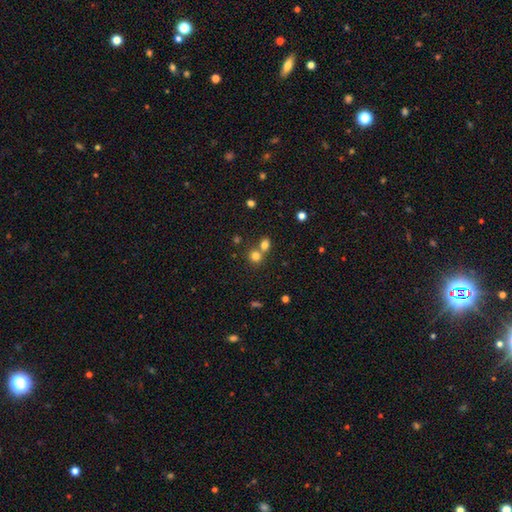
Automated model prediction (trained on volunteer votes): A smooth galaxy with no disk features (76%) that is round (84%).

Vote fractions:
- Smooth or featured? smooth: 76% / star or artifact: 16% / featured or disk: 8%
- How rounded? round: 84% / in between: 15% / cigar-shaped: 1%
- Merging? none: 50% / merger: 42% / minor disturbance: 6% / major disturbance: 2%